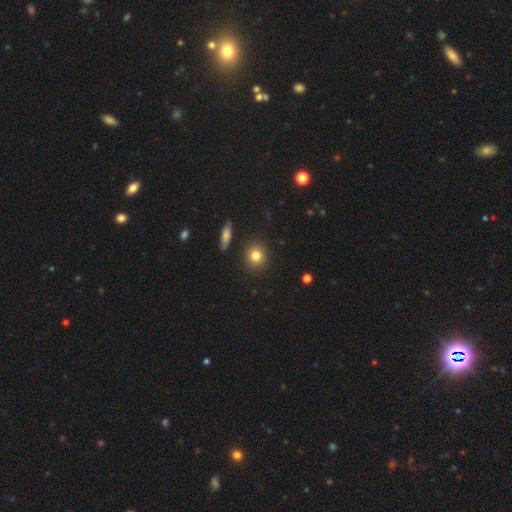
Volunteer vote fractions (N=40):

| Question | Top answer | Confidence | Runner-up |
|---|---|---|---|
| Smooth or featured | smooth | 75% | featured or disk (15%) |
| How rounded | round | 80% | in between (17%) |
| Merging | none | 89% | minor disturbance (8%) |